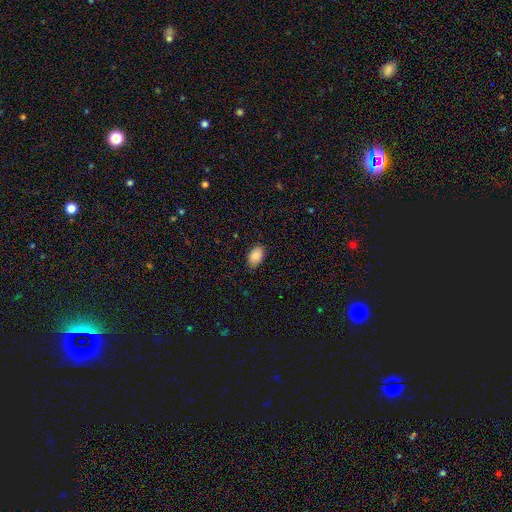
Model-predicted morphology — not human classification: Smooth or featured: smooth — 87% (star or artifact — 7%)
How rounded: in between — 88% (round — 11%)
Merging: none — 83% (minor disturbance — 13%)